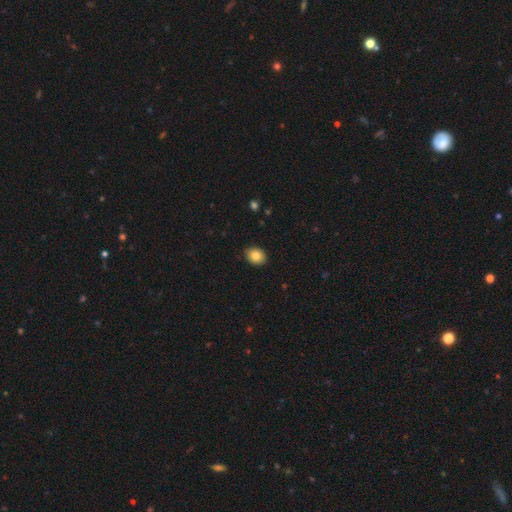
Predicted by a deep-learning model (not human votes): Morphology: type=smooth (84%); roundness=in between (53%); merging=none (90%).